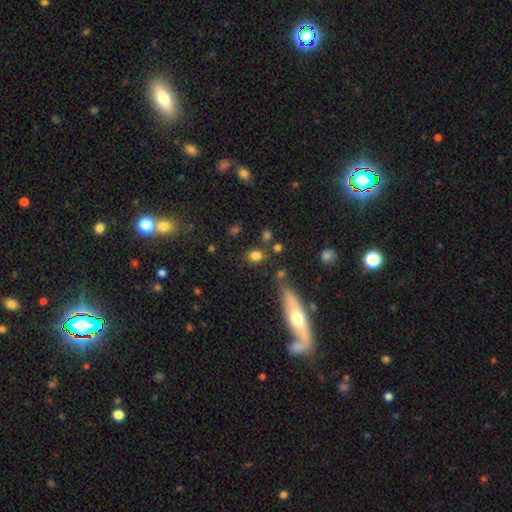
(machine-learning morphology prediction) type=smooth (79%); roundness=round (51%); merging=none (76%).